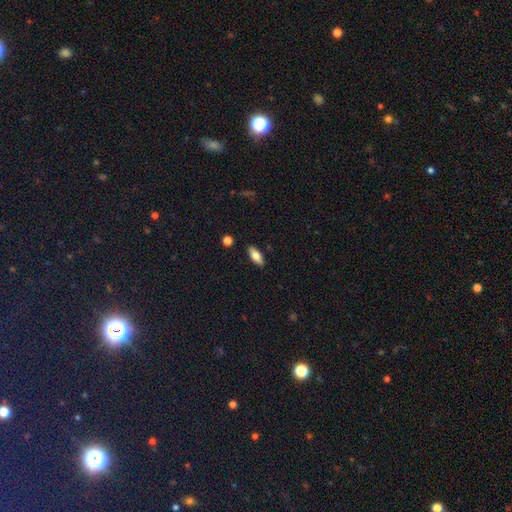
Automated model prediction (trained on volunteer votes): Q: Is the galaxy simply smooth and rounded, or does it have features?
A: smooth — 72%.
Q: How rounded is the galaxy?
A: in between — 81%.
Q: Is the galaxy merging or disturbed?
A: none — 88%.